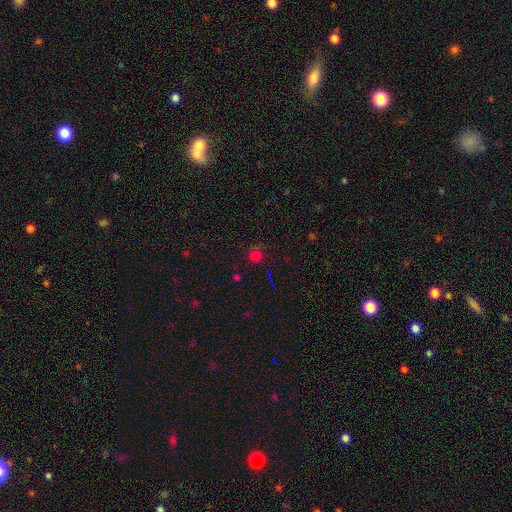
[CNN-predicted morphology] Smooth or featured? Predicted: smooth (p=0.72). How rounded? Predicted: round (p=0.91). Merging? Predicted: none (p=0.83).